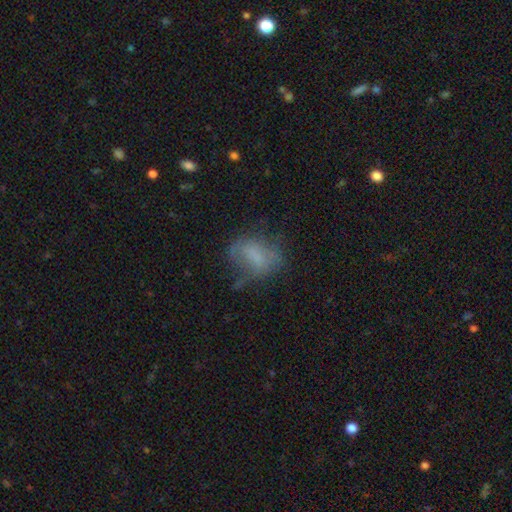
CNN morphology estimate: This is possibly a smooth galaxy (59%). How rounded: likely in between (75%). Merging: marginally none (45%).